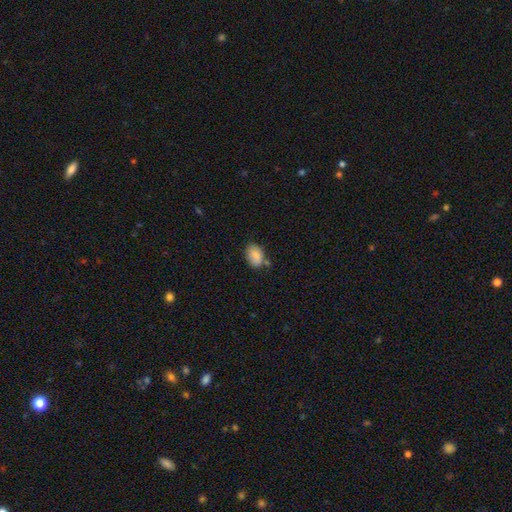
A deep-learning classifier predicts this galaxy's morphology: Smooth or featured? Predicted: smooth (p=0.82). How rounded? Predicted: in between (p=0.83). Merging? Predicted: none (p=0.60).